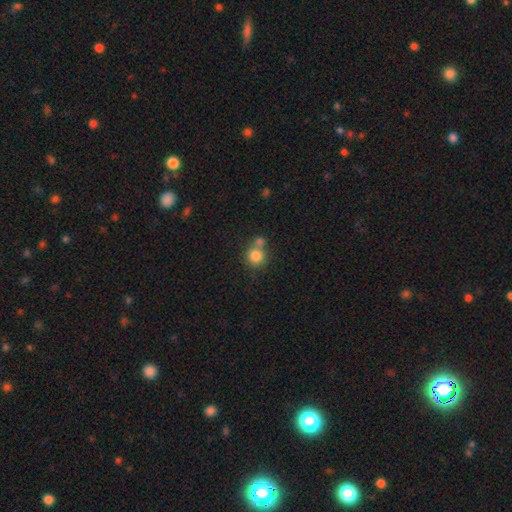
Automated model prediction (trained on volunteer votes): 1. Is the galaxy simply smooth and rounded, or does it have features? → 81% smooth, 11% star or artifact, 8% featured or disk.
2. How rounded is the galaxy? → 88% round, 11% in between, 1% cigar-shaped.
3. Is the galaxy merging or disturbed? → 51% none, 37% merger, 9% minor disturbance, 3% major disturbance.